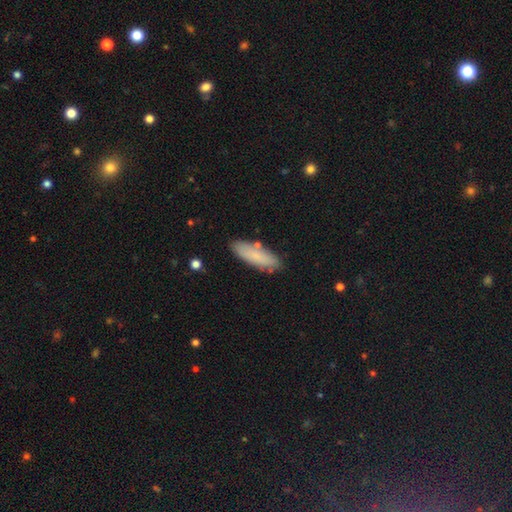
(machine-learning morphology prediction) type=smooth (80%); roundness=cigar-shaped (50%); merging=none (82%).